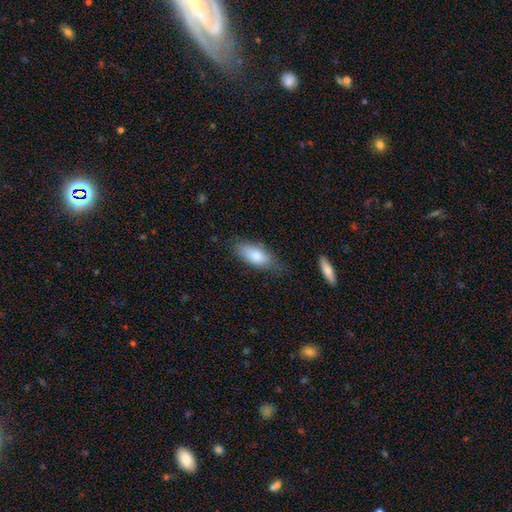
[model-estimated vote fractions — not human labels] Smooth or featured?
  - smooth: 80% *
  - featured or disk: 14%
  - star or artifact: 6%
How rounded?
  - in between: 82% *
  - cigar-shaped: 15%
  - round: 2%
Merging?
  - none: 72% *
  - minor disturbance: 21%
  - major disturbance: 5%
  - merger: 2%